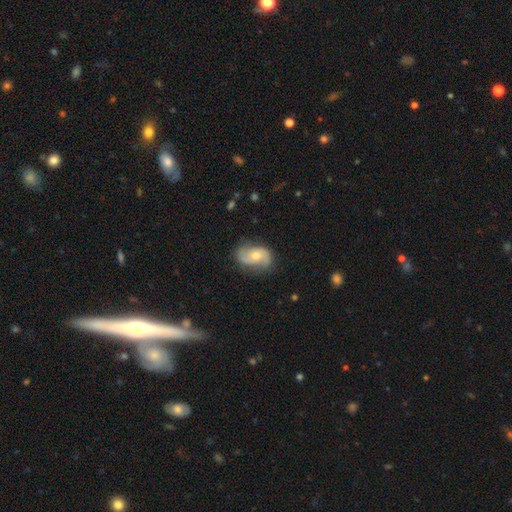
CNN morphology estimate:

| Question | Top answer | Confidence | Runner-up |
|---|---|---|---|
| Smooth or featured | featured or disk | 67% | smooth (26%) |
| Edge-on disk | no | 96% | yes (4%) |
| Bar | no | 64% | weak (31%) |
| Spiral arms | yes | 91% | no (9%) |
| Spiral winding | medium | 43% | loose (37%) |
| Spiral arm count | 2 | 85% | can't tell (8%) |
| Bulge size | moderate | 56% | small (37%) |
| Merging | none | 71% | minor disturbance (21%) |